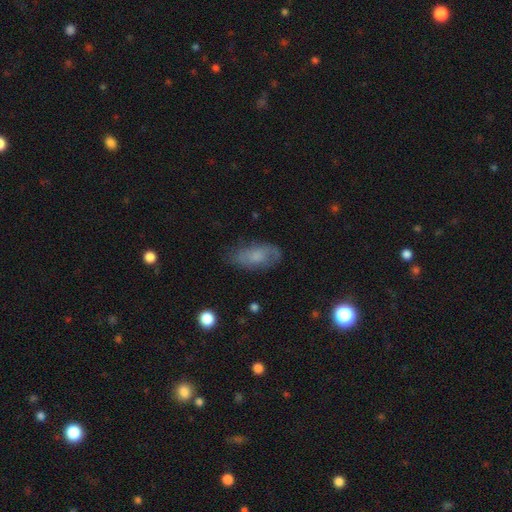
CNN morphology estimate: A smooth galaxy with no disk features (52%) that is in between round and cigar-shaped (87%). Merging: none (65%).